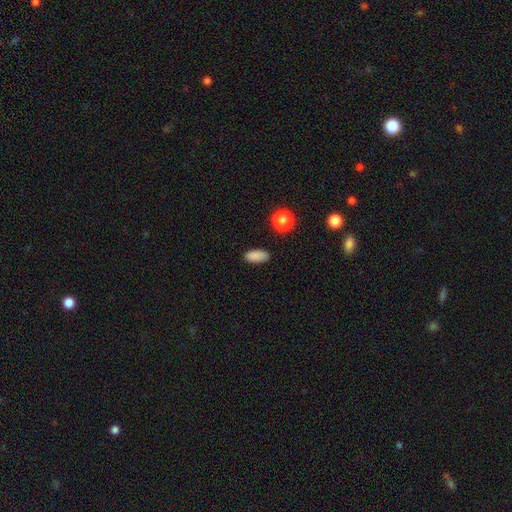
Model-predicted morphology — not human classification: smooth_or_featured: smooth (p=0.86) [alt: star or artifact p=0.10]
how_rounded: in between (p=0.84) [alt: cigar-shaped p=0.11]
merging: none (p=0.86) [alt: minor disturbance p=0.10]